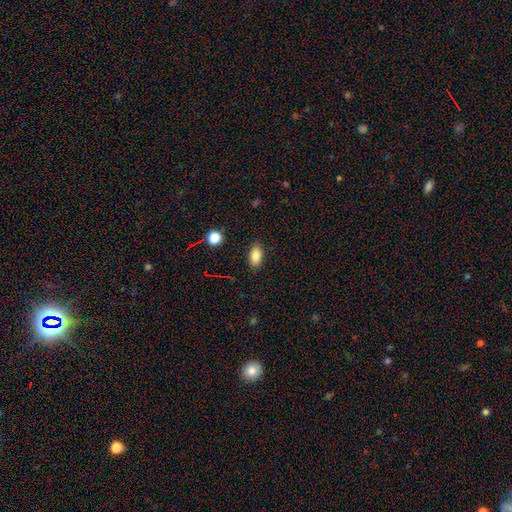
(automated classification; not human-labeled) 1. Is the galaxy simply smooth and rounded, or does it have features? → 84% smooth, 10% star or artifact, 6% featured or disk.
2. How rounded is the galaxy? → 89% in between, 8% round, 3% cigar-shaped.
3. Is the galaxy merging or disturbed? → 87% none, 9% minor disturbance, 2% major disturbance, 1% merger.